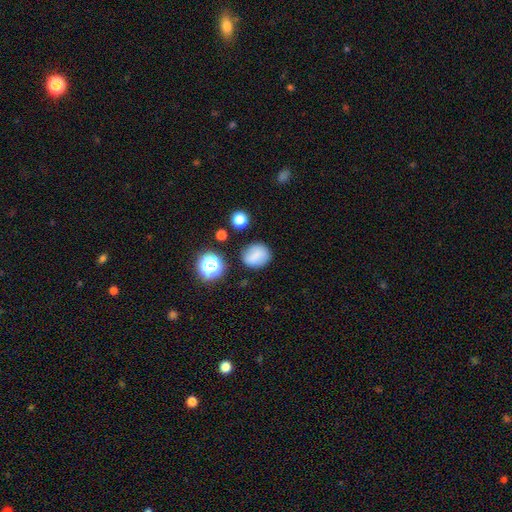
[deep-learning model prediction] Morphology: type=smooth (76%); roundness=round (63%); merging=none (78%).